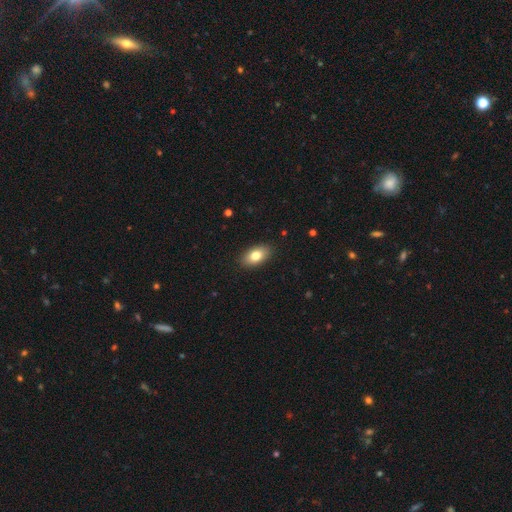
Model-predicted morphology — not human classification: Smooth or featured?
  - smooth: 80% *
  - featured or disk: 12%
  - star or artifact: 8%
How rounded?
  - in between: 92% *
  - round: 6%
  - cigar-shaped: 3%
Merging?
  - none: 89% *
  - minor disturbance: 8%
  - major disturbance: 2%
  - merger: 1%